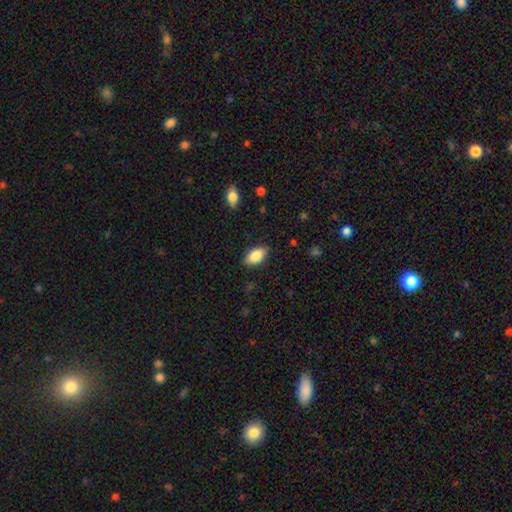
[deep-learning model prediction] A smooth galaxy with no disk features (85%) that is in between round and cigar-shaped (92%).

Vote fractions:
- Smooth or featured? smooth: 85% / featured or disk: 8% / star or artifact: 7%
- How rounded? in between: 92% / round: 5% / cigar-shaped: 4%
- Merging? none: 84% / minor disturbance: 12% / major disturbance: 3% / merger: 1%